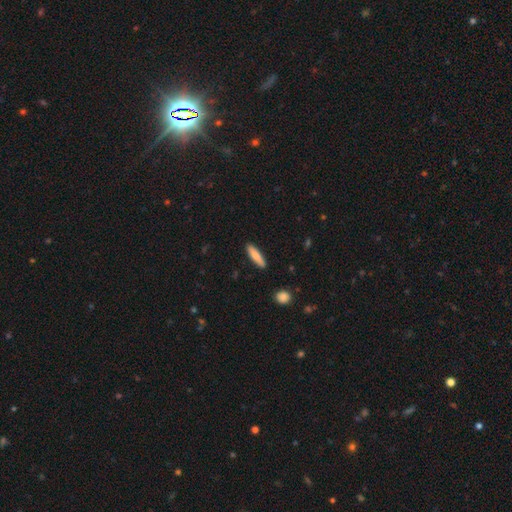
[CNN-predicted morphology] Smooth or featured?
  - smooth: 78% *
  - featured or disk: 16%
  - star or artifact: 6%
How rounded?
  - cigar-shaped: 78% *
  - in between: 20%
  - round: 2%
Merging?
  - none: 89% *
  - minor disturbance: 8%
  - major disturbance: 2%
  - merger: 1%